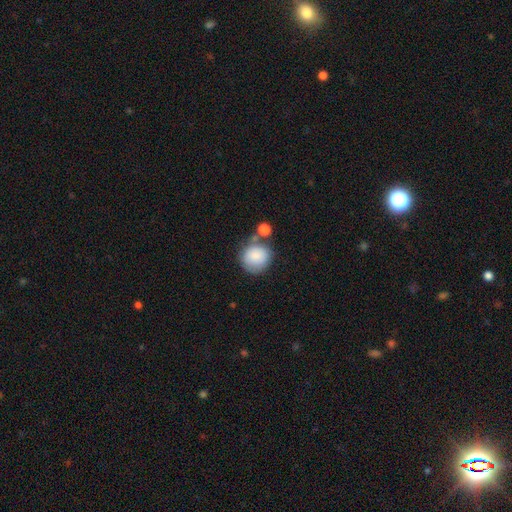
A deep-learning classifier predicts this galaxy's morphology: This appears to be a smooth galaxy with no disk features (82%) that is round (87%). Merging: none (58%).